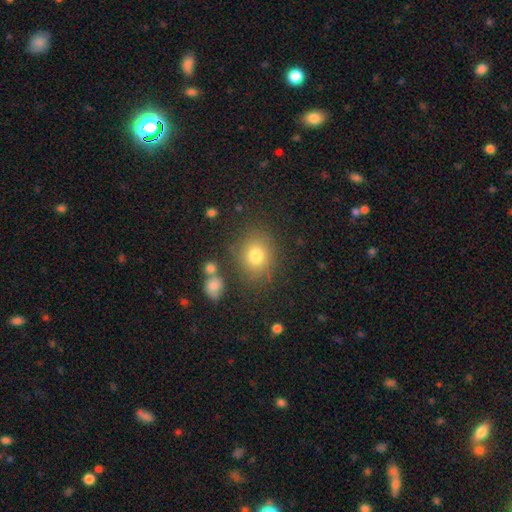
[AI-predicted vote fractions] Smooth or featured?
  - smooth: 77% *
  - star or artifact: 13%
  - featured or disk: 10%
How rounded?
  - round: 62% *
  - in between: 36%
  - cigar-shaped: 1%
Merging?
  - none: 79% *
  - minor disturbance: 12%
  - merger: 4%
  - major disturbance: 4%